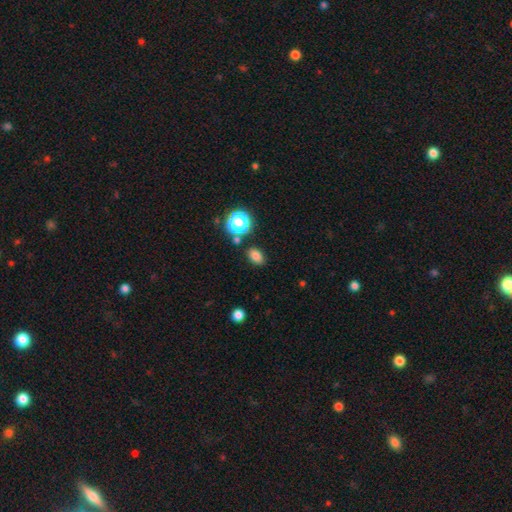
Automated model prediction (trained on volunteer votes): Smooth or featured? Predicted: smooth (p=0.78). How rounded? Predicted: in between (p=0.76). Merging? Predicted: none (p=0.82).